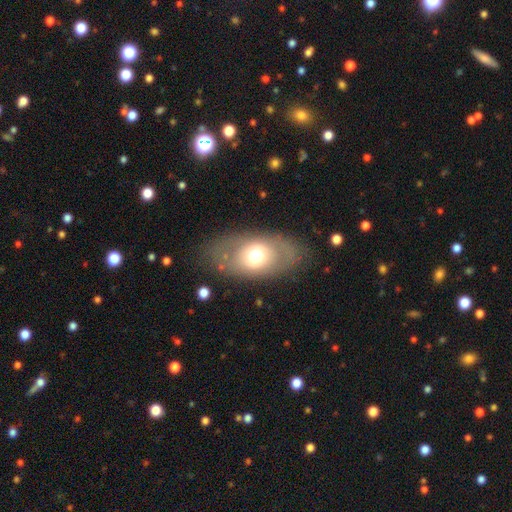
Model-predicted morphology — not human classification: smooth_or_featured: smooth (p=0.55) [alt: featured or disk p=0.37]
how_rounded: in between (p=0.85) [alt: round p=0.13]
merging: none (p=0.76) [alt: minor disturbance p=0.14]